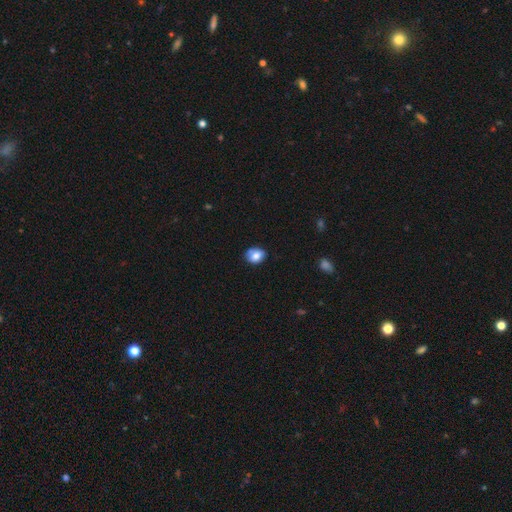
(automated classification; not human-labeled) smooth_or_featured: smooth (p=0.78) [alt: featured or disk p=0.13]
how_rounded: in between (p=0.61) [alt: round p=0.38]
merging: none (p=0.63) [alt: minor disturbance p=0.24]